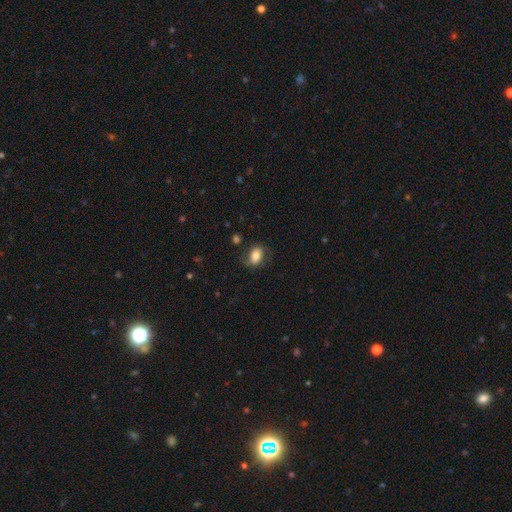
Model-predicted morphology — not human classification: This is likely a smooth galaxy (74%). How rounded: clearly in between (83%). Merging: likely none (68%).